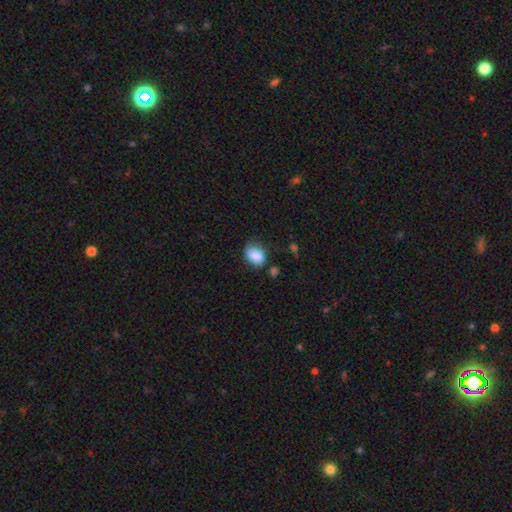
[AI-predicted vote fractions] This is clearly a smooth galaxy (85%). How rounded: likely in between (67%). Merging: possibly none (58%).